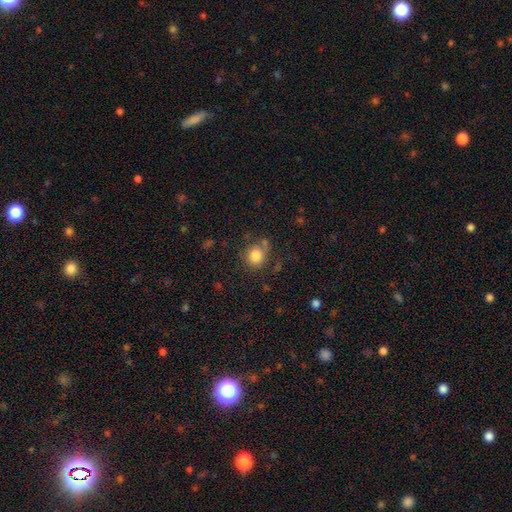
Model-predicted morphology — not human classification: smooth_or_featured: smooth (p=0.82) [alt: star or artifact p=0.11]
how_rounded: round (p=0.82) [alt: in between p=0.18]
merging: none (p=0.66) [alt: minor disturbance p=0.18]